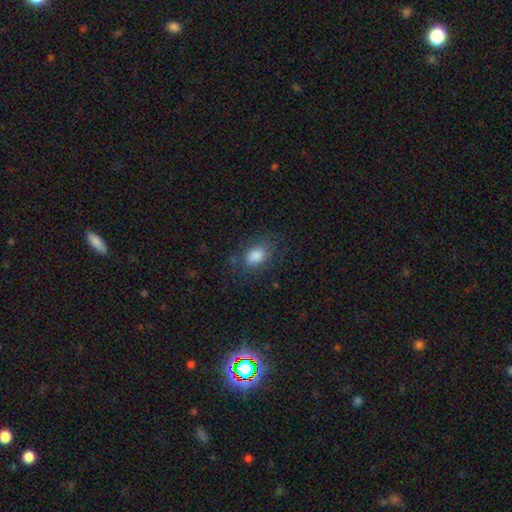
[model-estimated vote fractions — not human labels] Overall: smooth (82%). How rounded: in between (84%). Merging: none (71%).